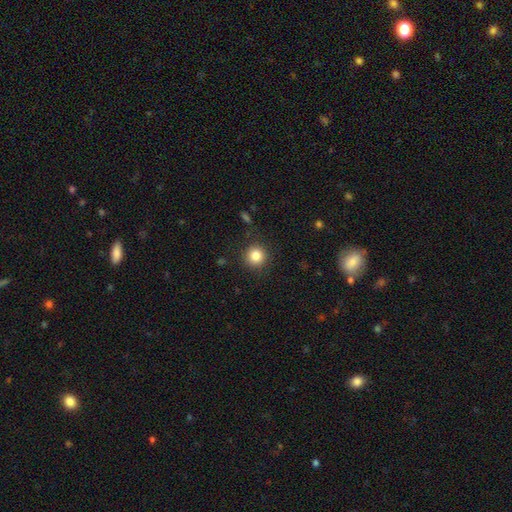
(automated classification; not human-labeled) This is clearly a smooth galaxy (84%). How rounded: clearly round (93%). Merging: clearly none (89%).